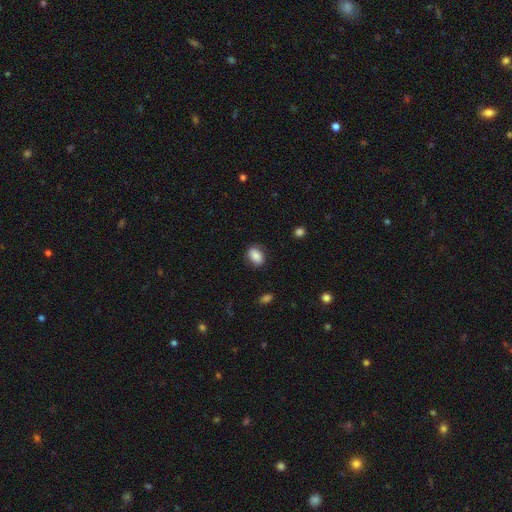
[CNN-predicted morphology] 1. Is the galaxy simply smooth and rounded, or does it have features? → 85% smooth, 8% star or artifact, 7% featured or disk.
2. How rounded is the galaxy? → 77% in between, 22% round, 2% cigar-shaped.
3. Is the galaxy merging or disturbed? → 82% none, 13% minor disturbance, 4% major disturbance, 1% merger.